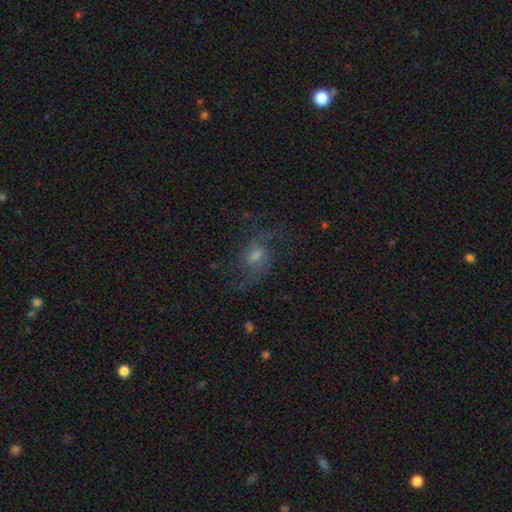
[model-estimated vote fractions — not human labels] Smooth or featured?
  - featured or disk: 62% *
  - smooth: 25%
  - star or artifact: 13%
Edge-on disk?
  - no: 95% *
  - yes: 5%
Bar?
  - weak: 56% *
  - no: 30%
  - strong: 14%
Spiral arms?
  - yes: 85% *
  - no: 15%
Spiral winding?
  - loose: 54% *
  - medium: 37%
  - tight: 9%
Spiral arm count?
  - 2: 79% *
  - can't tell: 10%
  - 1: 4%
  - 3: 3%
  - 4: 2%
  - more than 4: 2%
Bulge size?
  - moderate: 43% *
  - small: 32%
  - none: 12%
  - large: 10%
  - dominant: 2%
Merging?
  - none: 58% *
  - major disturbance: 21%
  - minor disturbance: 19%
  - merger: 2%